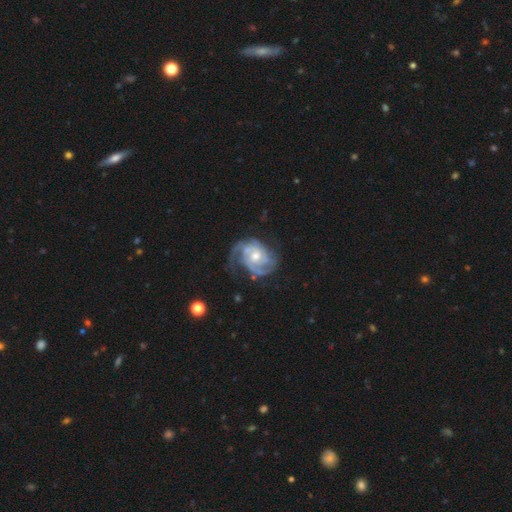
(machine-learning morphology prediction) This is clearly a featured or disk galaxy (88%). It is clearly not viewed edge-on (98%). Bar: likely no (67%). Spiral arm pattern: clearly yes (96%). Spiral arm count: marginally 2 (40%). Spiral winding: possibly tight (49%). Central bulge: likely moderate (64%). Merging: possibly none (54%).